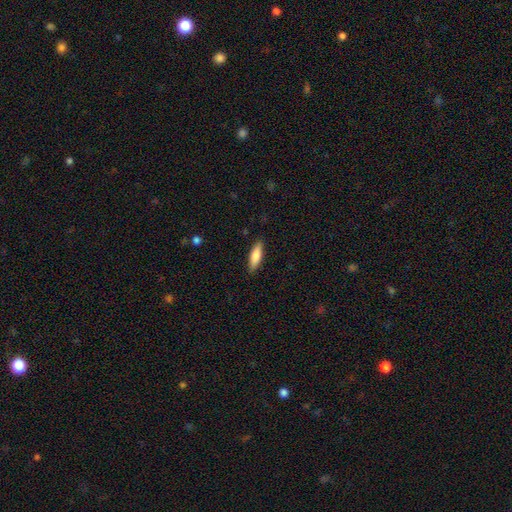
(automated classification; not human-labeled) Smooth or featured?
  - smooth: 79% *
  - featured or disk: 15%
  - star or artifact: 6%
How rounded?
  - cigar-shaped: 50% *
  - in between: 48%
  - round: 2%
Merging?
  - none: 88% *
  - minor disturbance: 9%
  - major disturbance: 2%
  - merger: 1%